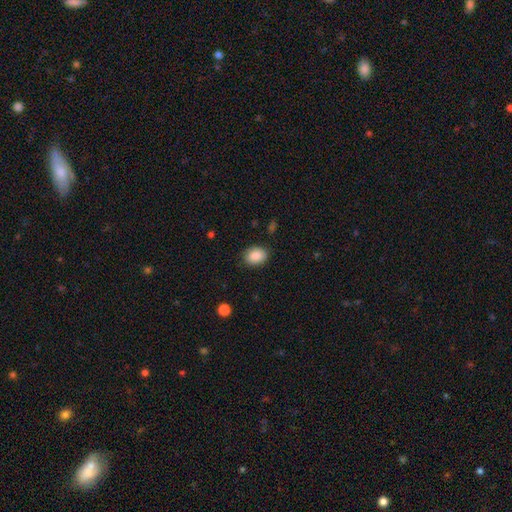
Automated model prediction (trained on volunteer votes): This is clearly a smooth galaxy (88%). How rounded: likely in between (67%). Merging: clearly none (85%).